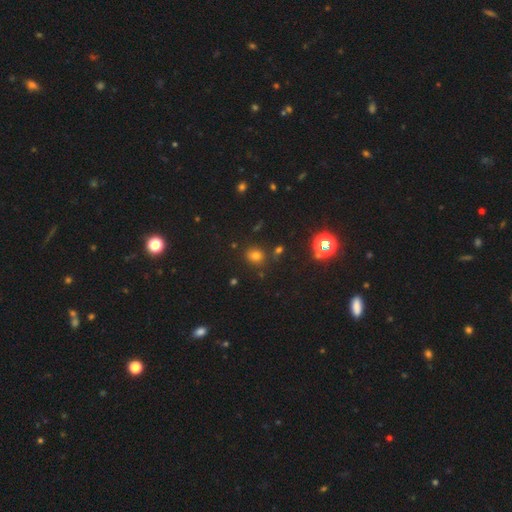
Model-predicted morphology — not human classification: smooth-or-featured: smooth: 68% | star or artifact: 24% | featured or disk: 7%
  how-rounded: round: 74% | in between: 25% | cigar-shaped: 1%
  merging: none: 81% | minor disturbance: 10% | merger: 6% | major disturbance: 3%